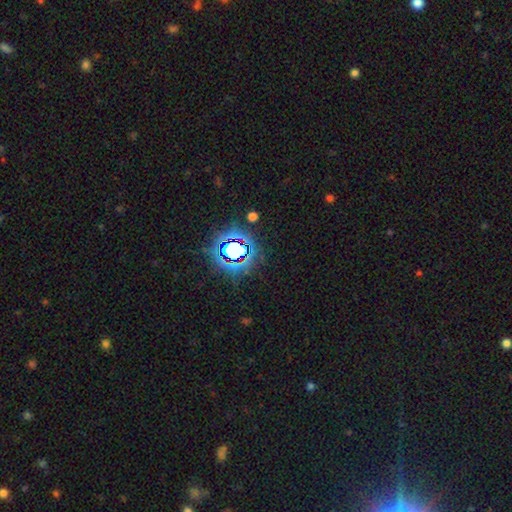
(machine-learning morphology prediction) A star or artifact, not a galaxy (80%).

Vote fractions:
- Smooth or featured? star or artifact: 80% / smooth: 12% / featured or disk: 8%